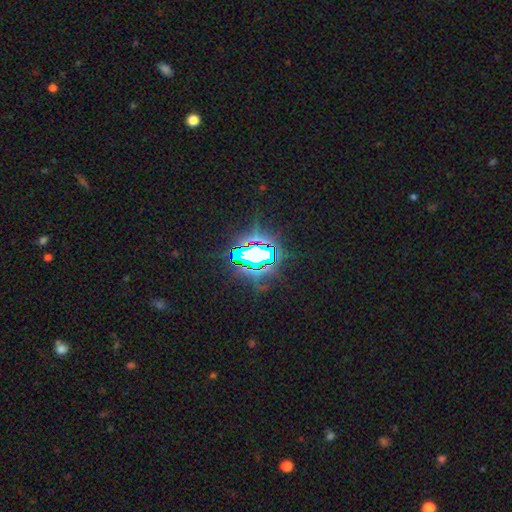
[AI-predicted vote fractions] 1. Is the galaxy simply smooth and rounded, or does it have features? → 77% star or artifact, 12% featured or disk, 12% smooth.